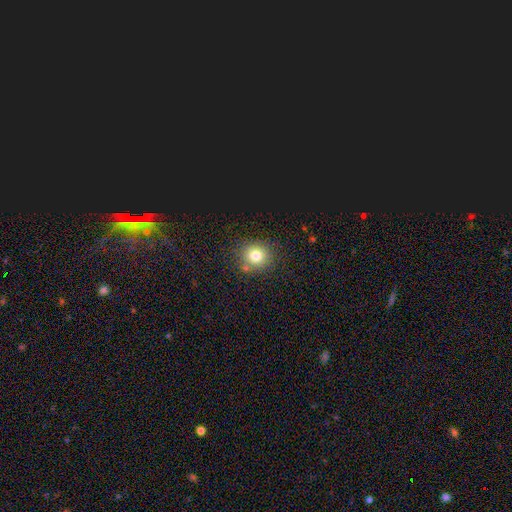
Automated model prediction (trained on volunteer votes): Smooth or featured?
  - smooth: 77% *
  - star or artifact: 15%
  - featured or disk: 9%
How rounded?
  - round: 85% *
  - in between: 14%
  - cigar-shaped: 1%
Merging?
  - none: 80% *
  - minor disturbance: 10%
  - merger: 6%
  - major disturbance: 3%